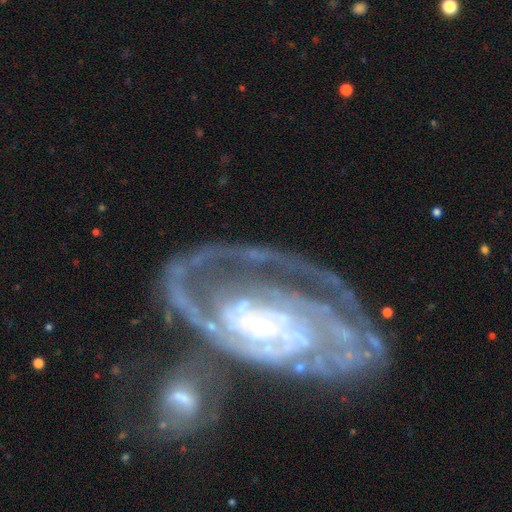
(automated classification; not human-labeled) This appears to be a featured or disk galaxy (89%) with no bar (57%), 2 (31%) tight (61%) spiral arms (94%) and a small central bulge (73%). Merging: none (38%).